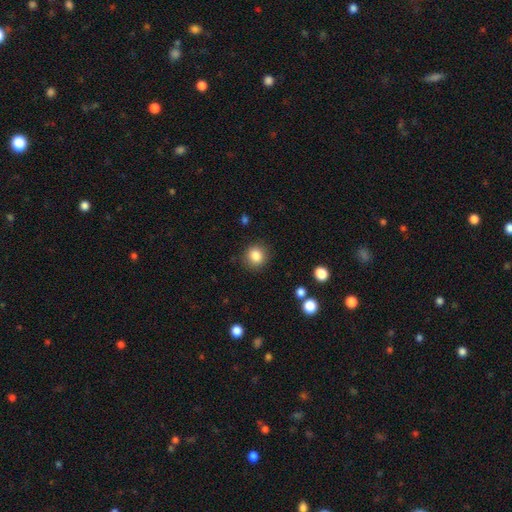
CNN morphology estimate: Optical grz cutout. It shows a smooth galaxy with no disk features (85%) that is round (88%). Merging: none (88%).